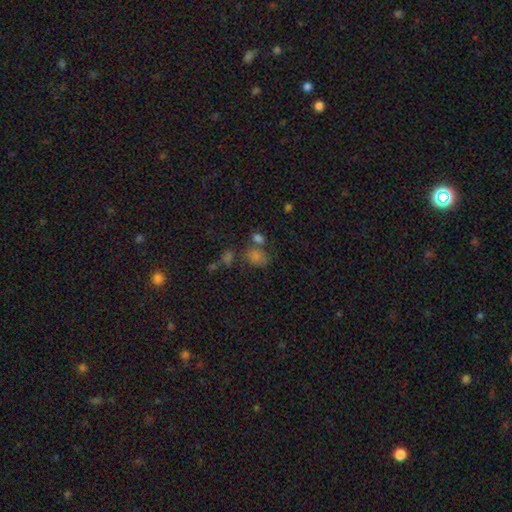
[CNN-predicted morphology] This appears to be a smooth galaxy with no disk features (61%) that is round (49%, tied with in between). Merging: none (51%).